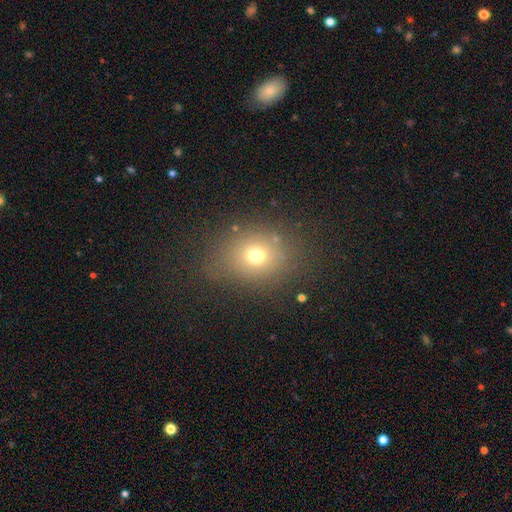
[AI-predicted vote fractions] This is likely a smooth galaxy (68%). How rounded: possibly round (58%). Merging: likely none (77%).